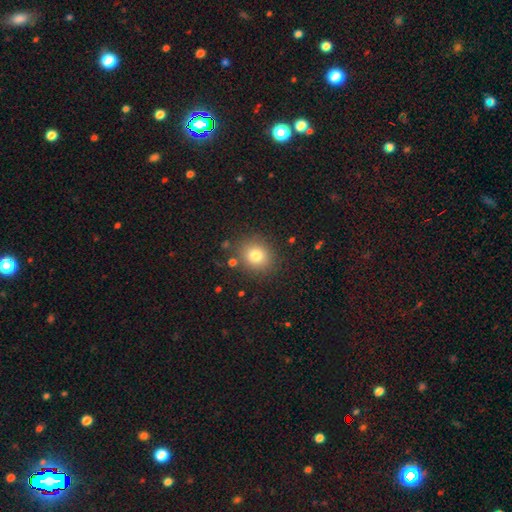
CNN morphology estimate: A smooth galaxy with no disk features (79%) that is round (76%). Merging: none (85%).